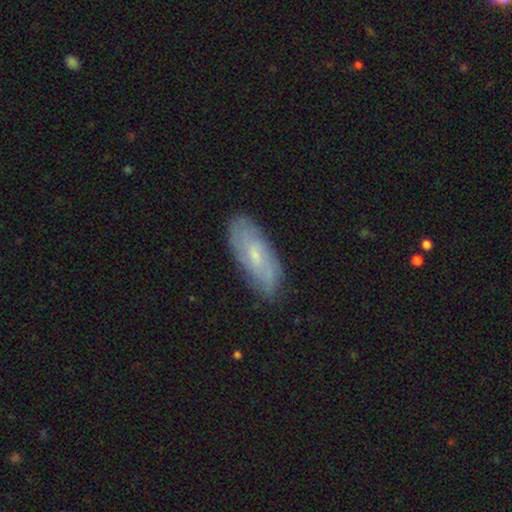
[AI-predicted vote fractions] Smooth or featured?
  - featured or disk: 49% *
  - smooth: 44%
  - star or artifact: 7%
Merging?
  - none: 80% *
  - minor disturbance: 16%
  - major disturbance: 3%
  - merger: 1%